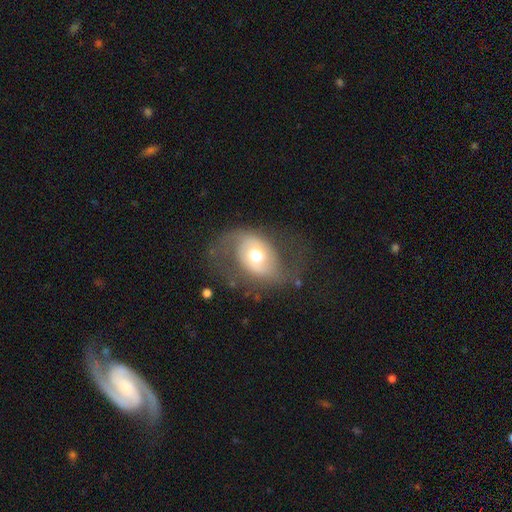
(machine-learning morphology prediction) Smooth or featured?
  - featured or disk: 60% *
  - smooth: 33%
  - star or artifact: 7%
Edge-on disk?
  - no: 95% *
  - yes: 5%
Bar?
  - no: 70% *
  - weak: 22%
  - strong: 8%
Spiral arms?
  - yes: 63% *
  - no: 37%
Bulge size?
  - moderate: 69% *
  - large: 18%
  - small: 10%
  - dominant: 3%
  - none: 1%
Merging?
  - none: 59% *
  - major disturbance: 21%
  - minor disturbance: 19%
  - merger: 2%